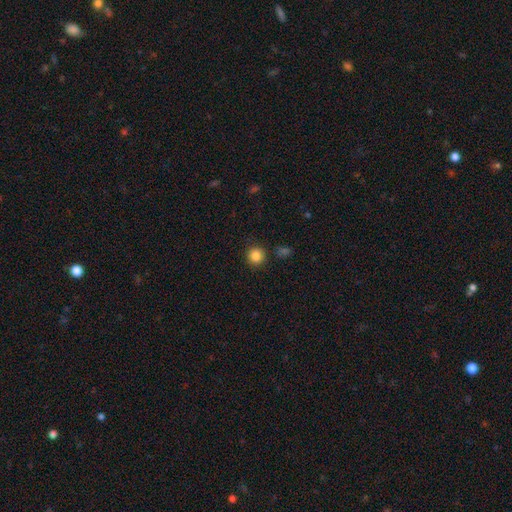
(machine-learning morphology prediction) type=smooth (85%); roundness=round (93%); merging=none (89%).